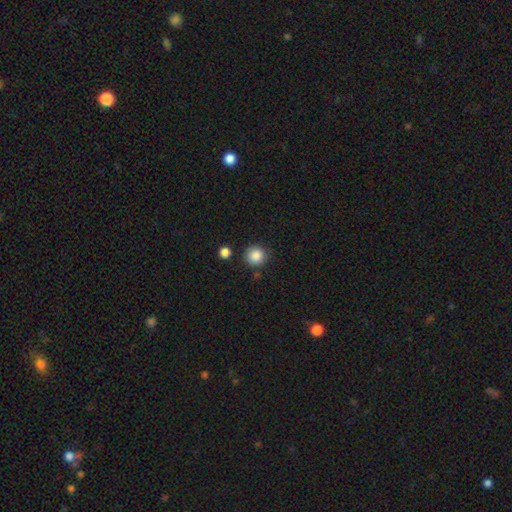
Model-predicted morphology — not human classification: A smooth galaxy with no disk features (87%) that is round (93%). Merging: none (84%).